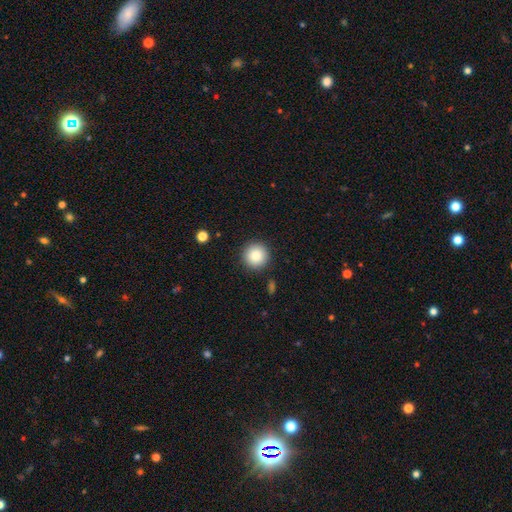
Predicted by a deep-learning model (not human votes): smooth 87%, star or artifact 8%, featured or disk 5%. Down the decision tree: how rounded — round (96%); merging — none (91%).